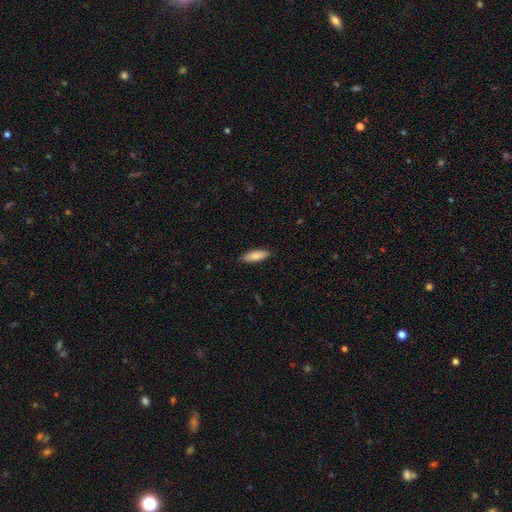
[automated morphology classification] Smooth or featured? Predicted: smooth (p=0.85). How rounded? Predicted: in between (p=0.64). Merging? Predicted: none (p=0.88).